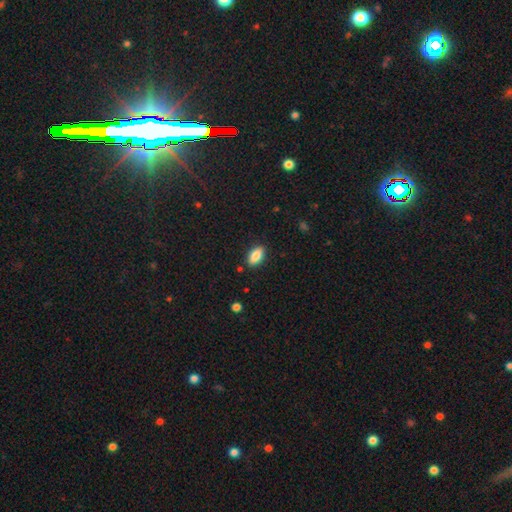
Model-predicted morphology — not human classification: This is clearly a smooth galaxy (85%). How rounded: clearly in between (90%). Merging: clearly none (87%).